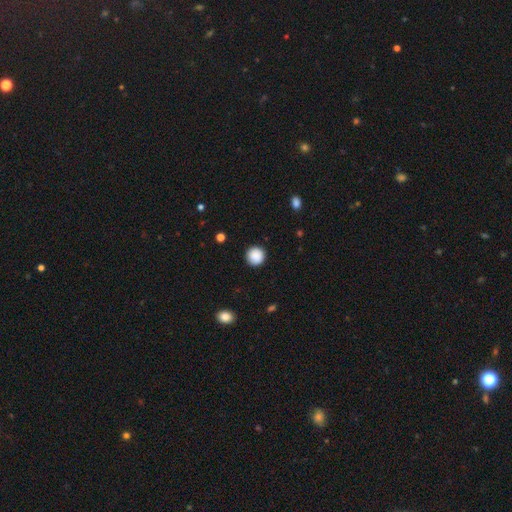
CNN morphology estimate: Smooth or featured?
  - smooth: 89% *
  - star or artifact: 8%
  - featured or disk: 3%
How rounded?
  - round: 95% *
  - in between: 4%
  - cigar-shaped: 1%
Merging?
  - none: 91% *
  - minor disturbance: 6%
  - major disturbance: 2%
  - merger: 1%